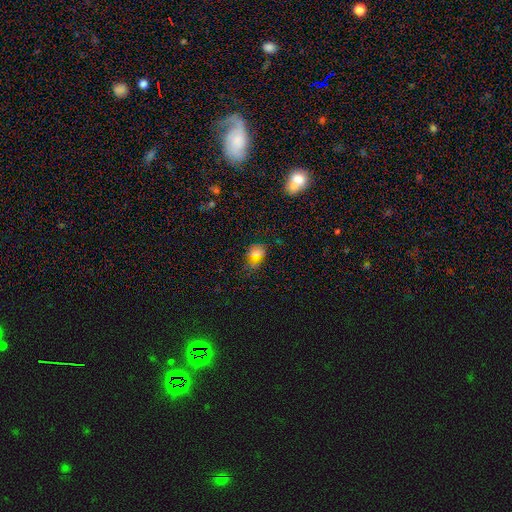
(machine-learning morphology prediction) This is likely a smooth galaxy (68%). How rounded: likely in between (61%). Merging: possibly none (55%).